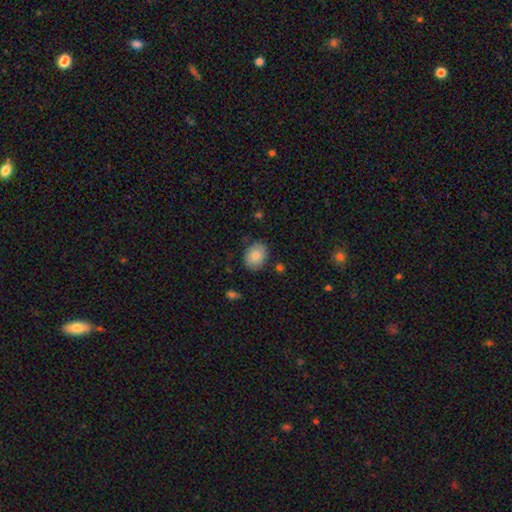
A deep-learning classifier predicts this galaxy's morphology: smooth 86%, star or artifact 7%, featured or disk 7%. Down the decision tree: how rounded — in between (61%); merging — none (81%).